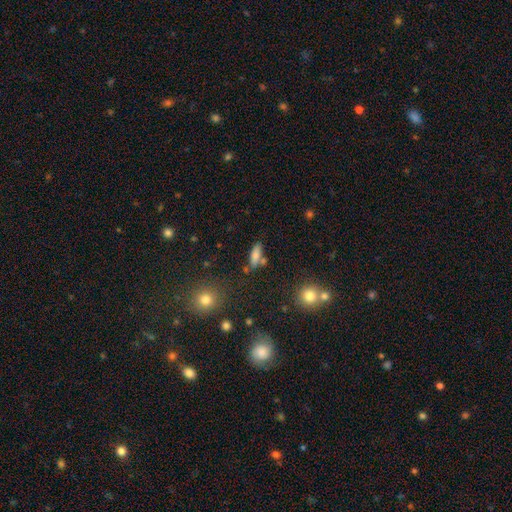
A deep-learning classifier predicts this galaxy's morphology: A smooth galaxy with no disk features (74%) that is in between round and cigar-shaped (59%). Merging: none (64%).